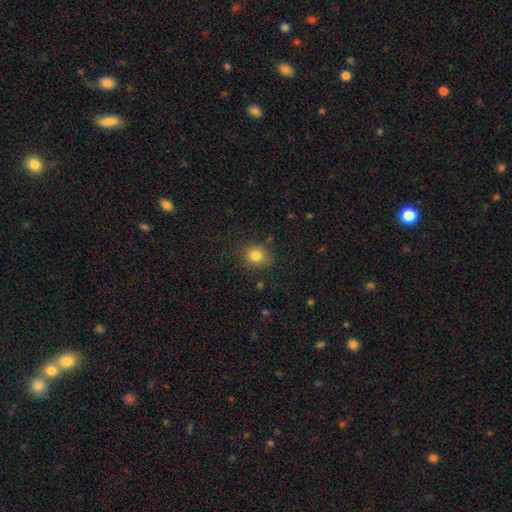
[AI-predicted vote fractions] A smooth galaxy with no disk features (82%) that is round (71%).

Vote fractions:
- Smooth or featured? smooth: 82% / star or artifact: 11% / featured or disk: 6%
- How rounded? round: 71% / in between: 28% / cigar-shaped: 1%
- Merging? none: 83% / minor disturbance: 12% / major disturbance: 3% / merger: 2%